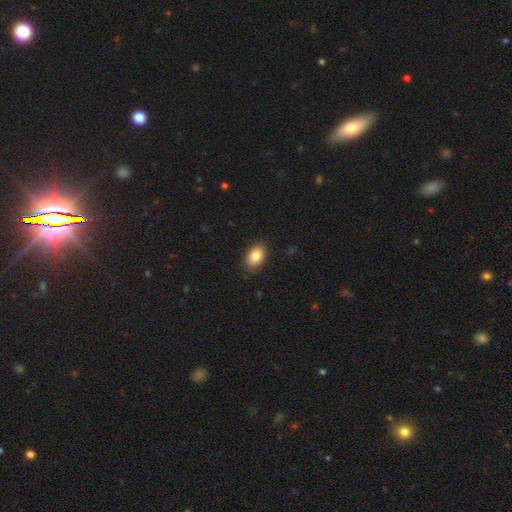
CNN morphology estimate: Smooth or featured? Predicted: smooth (p=0.85). How rounded? Predicted: in between (p=0.88). Merging? Predicted: none (p=0.87).